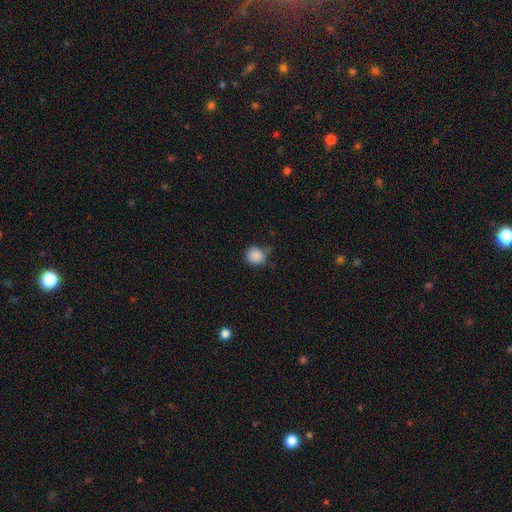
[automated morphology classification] Smooth or featured: smooth — 87% (star or artifact — 9%)
How rounded: round — 84% (in between — 15%)
Merging: none — 71% (minor disturbance — 22%)